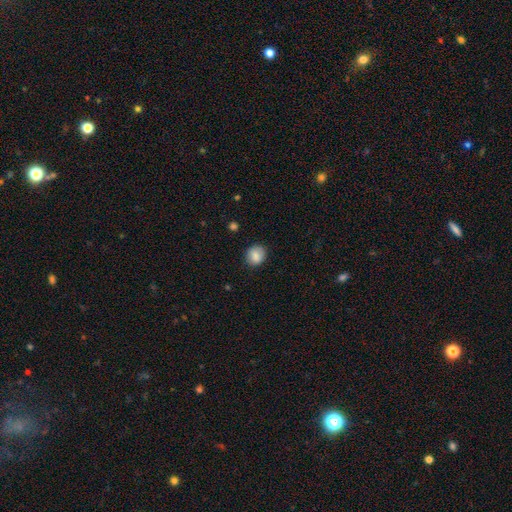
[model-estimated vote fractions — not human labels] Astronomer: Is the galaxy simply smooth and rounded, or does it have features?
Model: smooth — 84%.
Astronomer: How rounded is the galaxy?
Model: round — 77%.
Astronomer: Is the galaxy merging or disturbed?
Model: none — 84%.